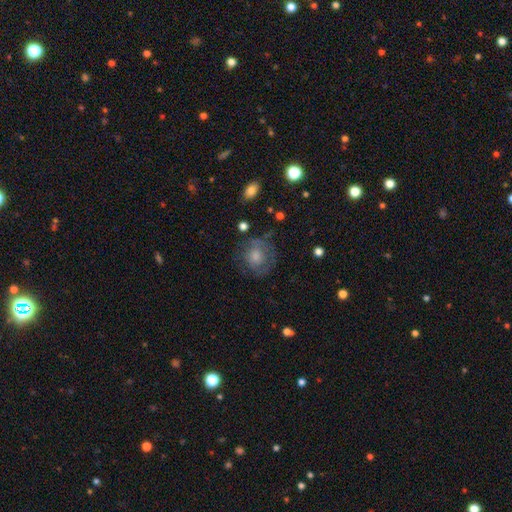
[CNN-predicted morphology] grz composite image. It shows a featured or disk galaxy (45%). Merging: none (70%).